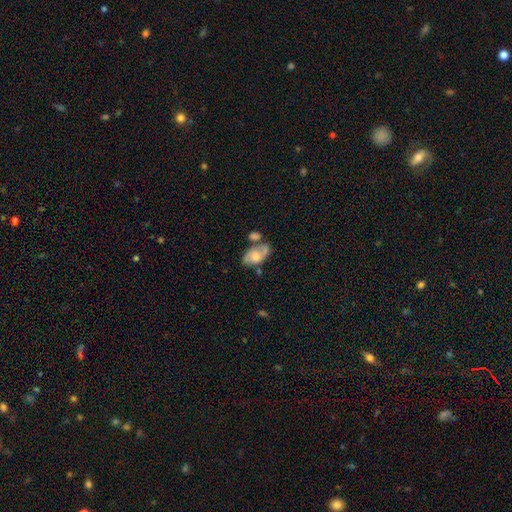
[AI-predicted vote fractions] Overall: featured or disk (54%; smooth 38%). Edge-on disk: no (95%). Bar: no (68%). Spiral arms: yes (73%). Bulge size: moderate (41%; large 25%). Merging: none (38%; merger 28%).